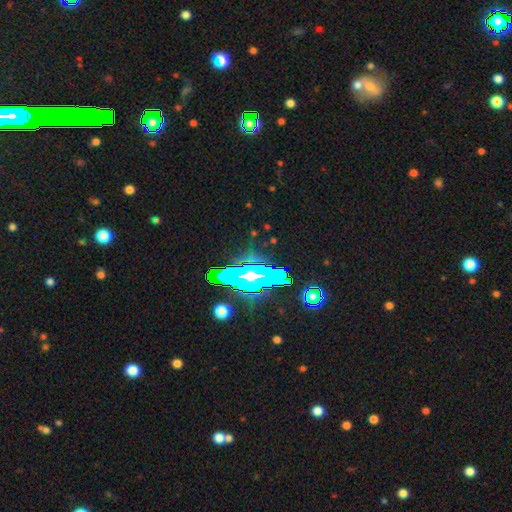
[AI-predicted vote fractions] This is marginally a star or artifact rather than a galaxy (42%).